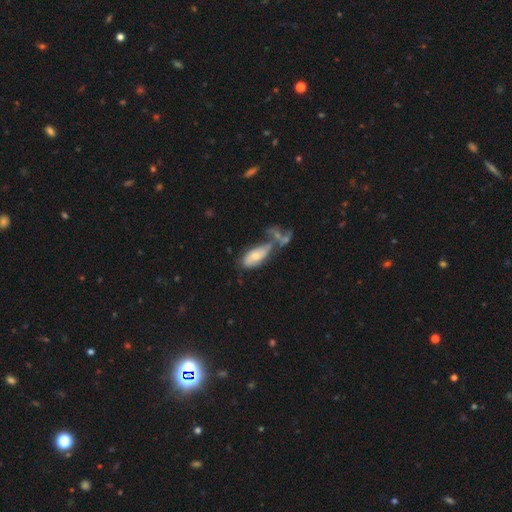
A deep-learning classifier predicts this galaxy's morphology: This appears to be a smooth galaxy with no disk features (60%) that is in between round and cigar-shaped (88%). Merging: merger (34%).